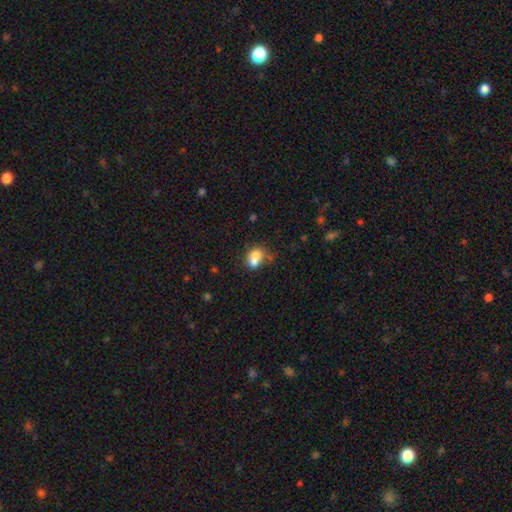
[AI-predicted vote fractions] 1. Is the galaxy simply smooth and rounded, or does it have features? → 70% smooth, 19% featured or disk, 11% star or artifact.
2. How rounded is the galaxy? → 57% in between, 42% round, 1% cigar-shaped.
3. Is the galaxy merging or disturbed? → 59% merger, 26% none, 10% minor disturbance, 6% major disturbance.